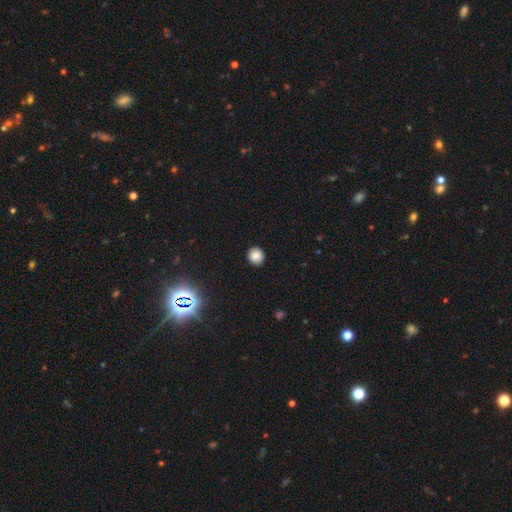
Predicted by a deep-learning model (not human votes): The model was most divided on "smooth or featured": smooth: 84%, star or artifact: 12%, featured or disk: 4%. More confident: merging — none (91%); how rounded — round (88%).